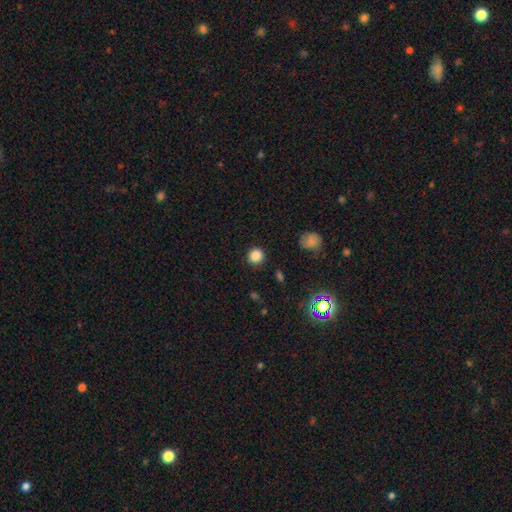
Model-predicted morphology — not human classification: smooth 85%, star or artifact 12%, featured or disk 3%. Down the decision tree: how rounded — round (91%); merging — none (89%).